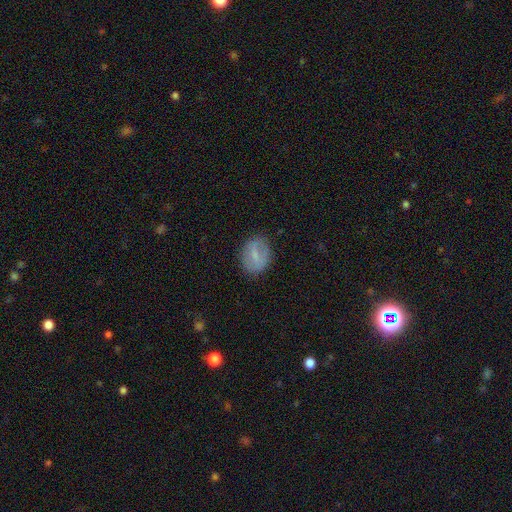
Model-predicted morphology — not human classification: Q: Smooth or featured?
A: smooth (61%); runner-up: featured or disk (30%)
Q: How rounded?
A: in between (61%); runner-up: round (37%)
Q: Merging?
A: none (79%); runner-up: minor disturbance (15%)